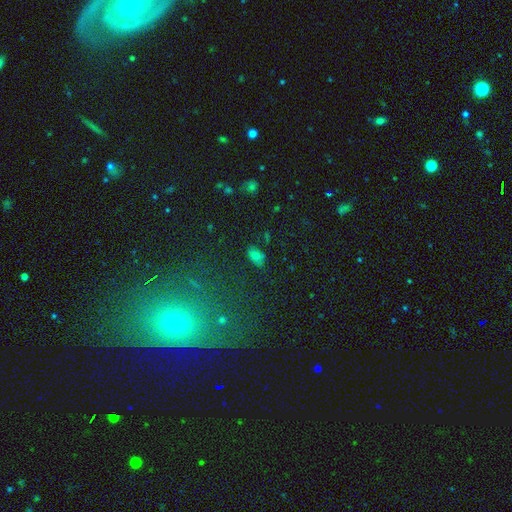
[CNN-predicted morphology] smooth 66%, star or artifact 21%, featured or disk 13%. Down the decision tree: how rounded — in between (89%); merging — none (76%).